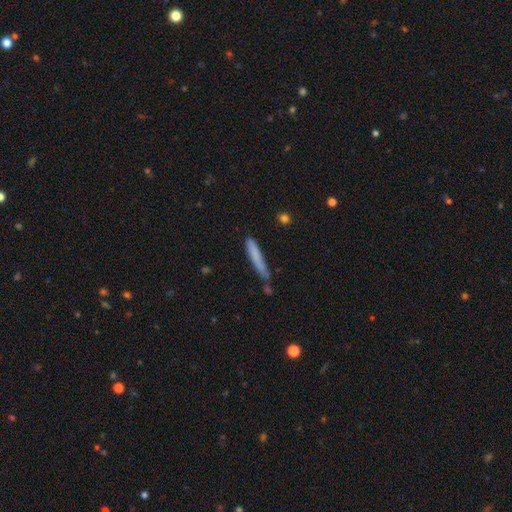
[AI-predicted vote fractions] This appears to be a smooth galaxy with no disk features (73%) that is cigar-shaped (95%). Merging: none (64%).